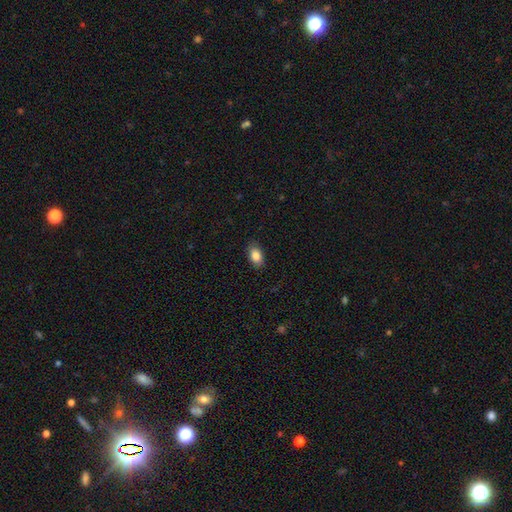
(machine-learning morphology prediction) Q: Smooth or featured?
A: smooth (86%); runner-up: star or artifact (8%)
Q: How rounded?
A: in between (89%); runner-up: round (9%)
Q: Merging?
A: none (87%); runner-up: minor disturbance (10%)